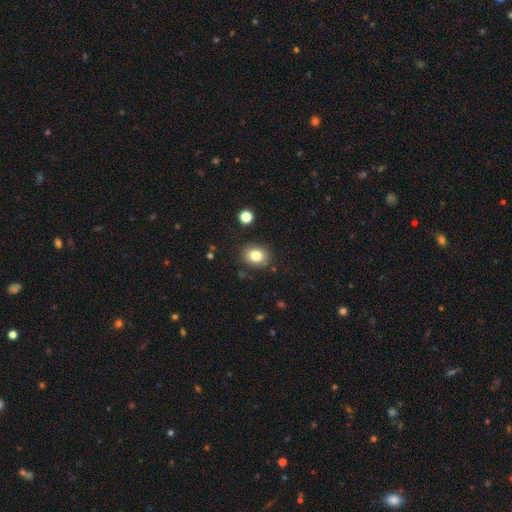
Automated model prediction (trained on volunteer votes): Smooth or featured? smooth (82%)
How rounded? in between (50%)
Merging? none (86%)